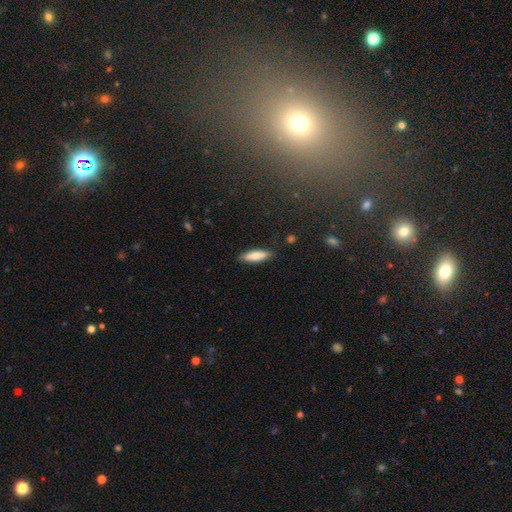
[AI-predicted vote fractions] A smooth galaxy with no disk features (77%) that is cigar-shaped (56%).

Vote fractions:
- Smooth or featured? smooth: 77% / featured or disk: 17% / star or artifact: 6%
- How rounded? cigar-shaped: 56% / in between: 43% / round: 2%
- Merging? none: 86% / minor disturbance: 11% / major disturbance: 2% / merger: 1%